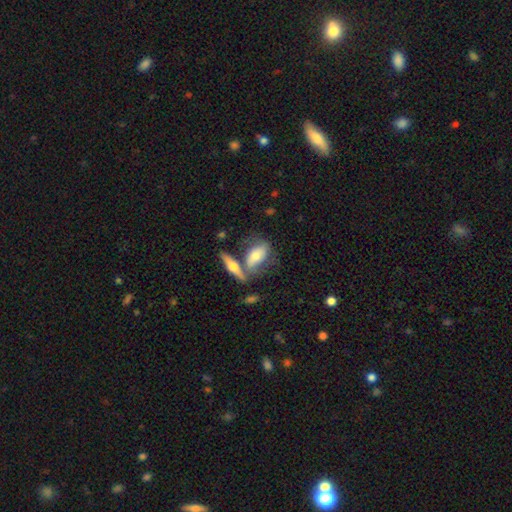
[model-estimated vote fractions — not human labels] Smooth or featured? smooth (56%)
How rounded? in between (80%)
Merging? none (40%)